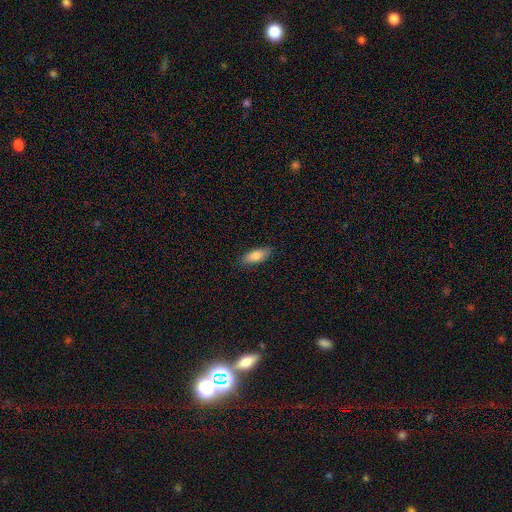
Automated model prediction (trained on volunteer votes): This is clearly a smooth galaxy (80%). How rounded: likely in between (75%). Merging: clearly none (86%).